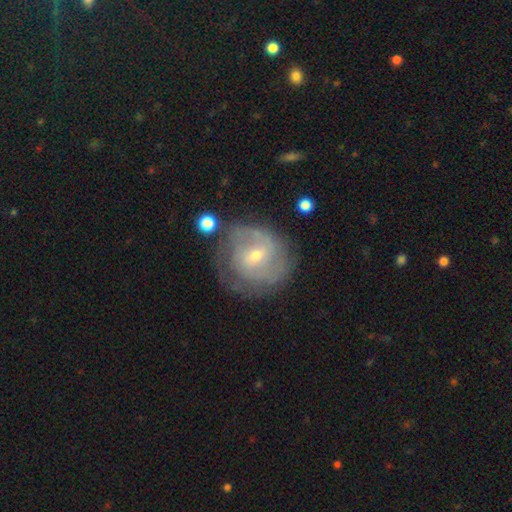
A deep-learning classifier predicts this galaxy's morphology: This appears to be a featured or disk galaxy (75%) with a weak bar (48%), 2 (37%) tight (50%) spiral arms (86%) and a small central bulge (65%). Merging: none (65%).